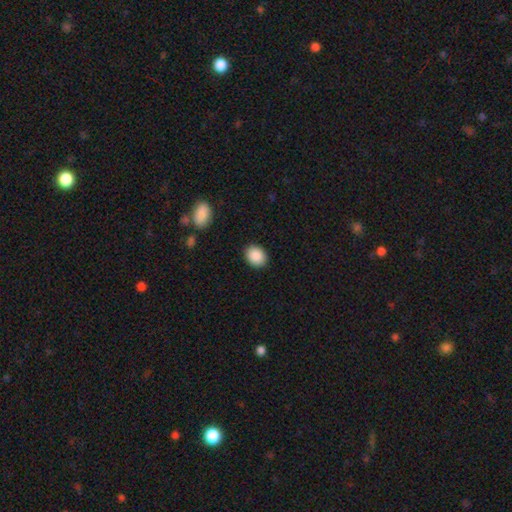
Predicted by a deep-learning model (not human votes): Smooth or featured?
  - smooth: 89% *
  - star or artifact: 8%
  - featured or disk: 3%
How rounded?
  - round: 52% *
  - in between: 47%
  - cigar-shaped: 1%
Merging?
  - none: 90% *
  - minor disturbance: 7%
  - major disturbance: 2%
  - merger: 1%